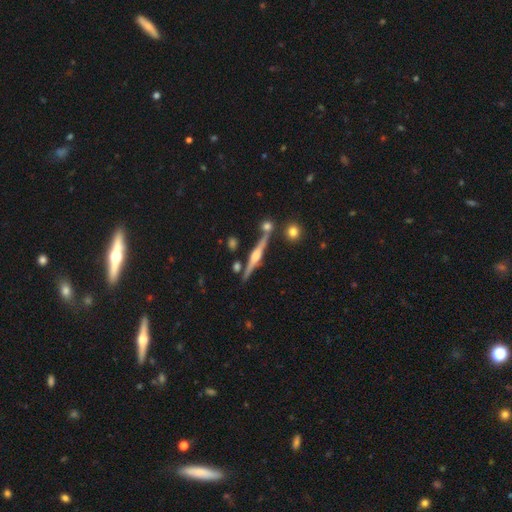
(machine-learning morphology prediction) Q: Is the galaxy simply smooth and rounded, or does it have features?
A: featured or disk — 85%.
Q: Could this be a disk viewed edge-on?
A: yes — 98%.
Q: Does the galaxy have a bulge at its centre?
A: rounded — 91%.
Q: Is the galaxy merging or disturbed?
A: none — 83%.